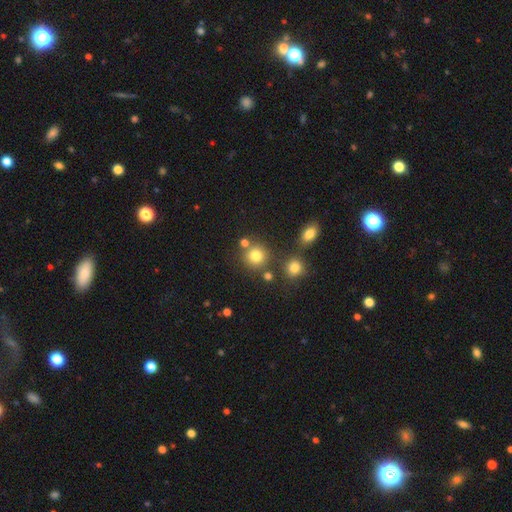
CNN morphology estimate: This is likely a smooth galaxy (78%). How rounded: clearly round (90%). Merging: likely none (75%).